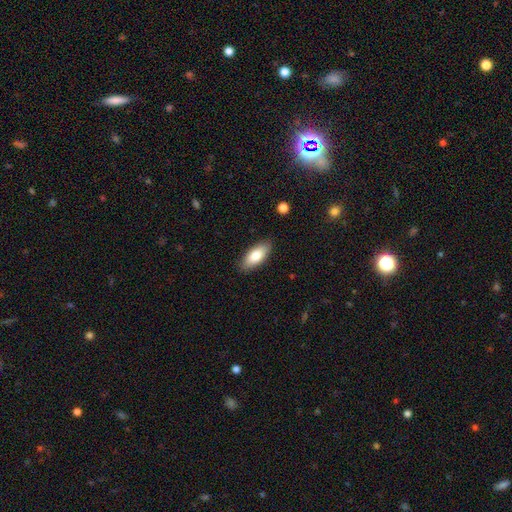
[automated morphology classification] A smooth galaxy with no disk features (79%) that is in between round and cigar-shaped (82%). Merging: none (87%).